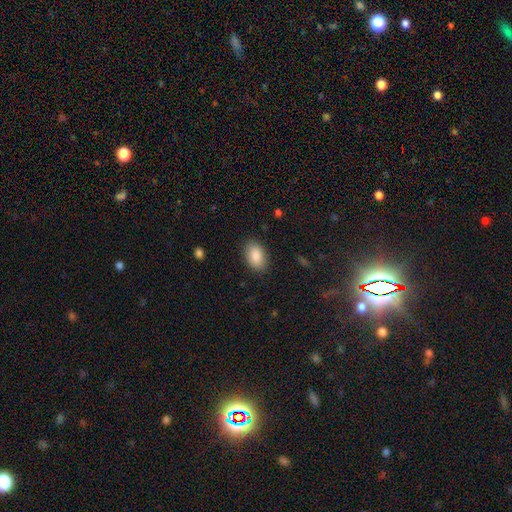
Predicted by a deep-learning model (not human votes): Overall: smooth (88%). How rounded: in between (89%). Merging: none (87%).